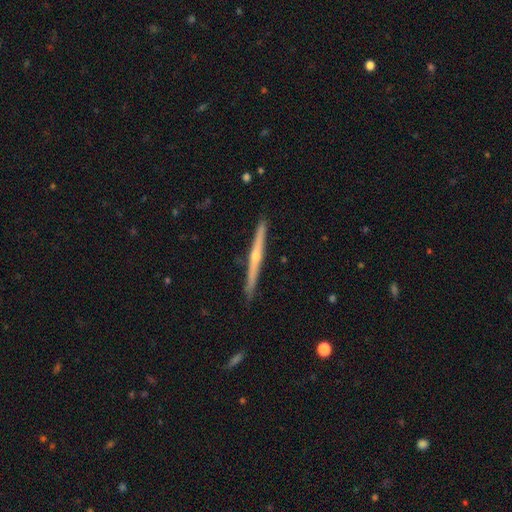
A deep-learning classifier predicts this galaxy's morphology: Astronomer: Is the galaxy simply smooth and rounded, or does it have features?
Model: featured or disk — 79%.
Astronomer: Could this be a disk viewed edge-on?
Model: yes — 98%.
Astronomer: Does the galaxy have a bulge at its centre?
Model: rounded — 83%.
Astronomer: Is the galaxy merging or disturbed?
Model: none — 91%.